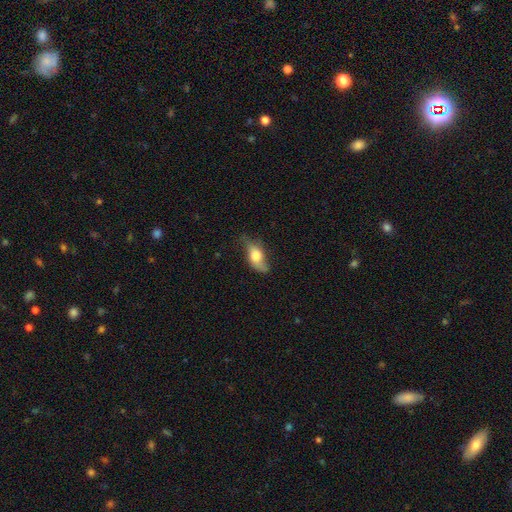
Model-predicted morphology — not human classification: Smooth or featured: smooth — 58% (featured or disk — 35%)
How rounded: in between — 80% (cigar-shaped — 14%)
Merging: none — 55% (minor disturbance — 31%)